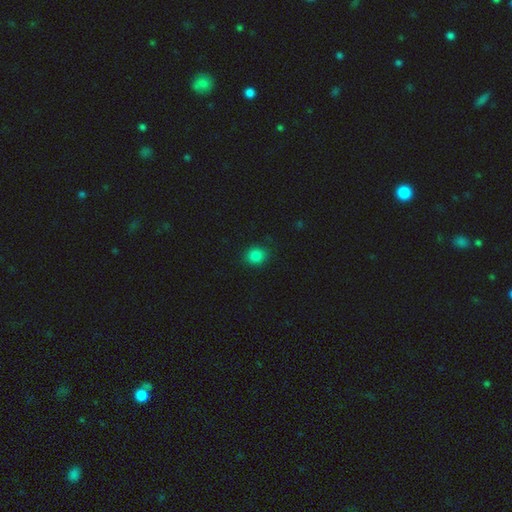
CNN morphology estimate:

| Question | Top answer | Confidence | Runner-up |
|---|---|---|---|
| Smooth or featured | smooth | 84% | star or artifact (12%) |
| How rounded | round | 73% | in between (26%) |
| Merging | none | 88% | minor disturbance (9%) |